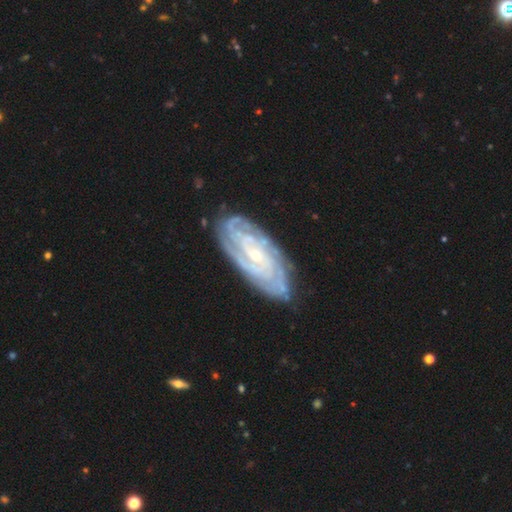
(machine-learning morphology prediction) smooth_or_featured: featured or disk (p=0.87) [alt: smooth p=0.07]
disk_edge_on: no (p=0.93) [alt: yes p=0.07]
bar: no (p=0.56) [alt: weak p=0.32]
has_spiral_arms: yes (p=0.98) [alt: no p=0.02]
spiral_winding: tight (p=0.78) [alt: medium p=0.19]
spiral_arm_count: 4 (p=0.25) [tied with: can't tell p=0.25]
bulge_size: small (p=0.69) [alt: moderate p=0.26]
merging: none (p=0.81) [alt: minor disturbance p=0.15]